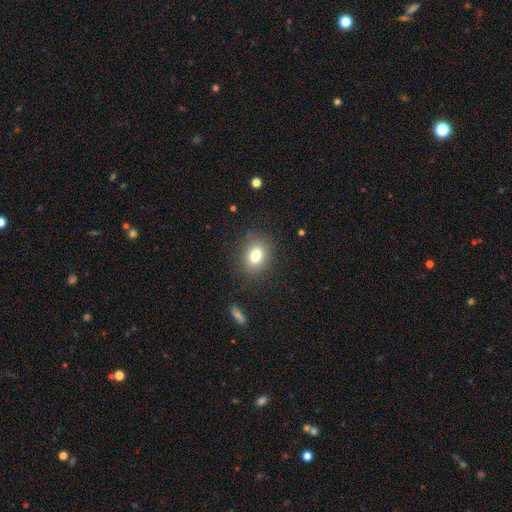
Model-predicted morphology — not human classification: The model was most divided on "how rounded": in between: 50%, round: 49%, cigar-shaped: 1%. More confident: merging — none (84%); smooth or featured — smooth (78%).